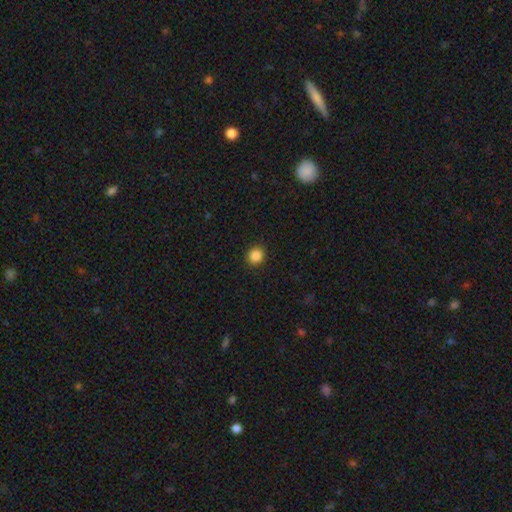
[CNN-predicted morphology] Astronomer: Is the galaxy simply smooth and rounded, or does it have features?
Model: smooth — 86%.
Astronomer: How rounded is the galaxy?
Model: round — 88%.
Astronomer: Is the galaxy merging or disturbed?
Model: none — 92%.